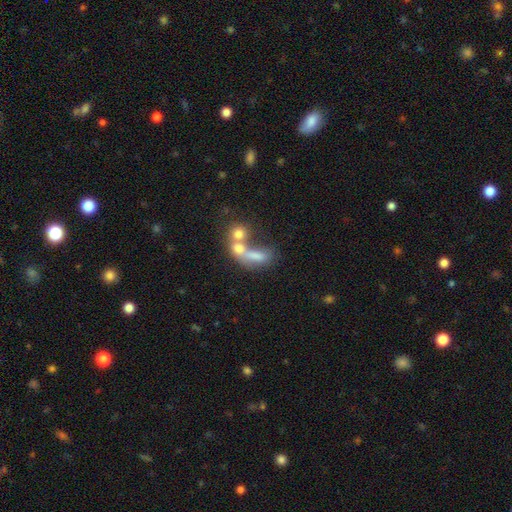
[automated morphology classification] Smooth or featured? Predicted: smooth (p=0.63). How rounded? Predicted: in between (p=0.58). Merging? Predicted: merger (p=0.60).